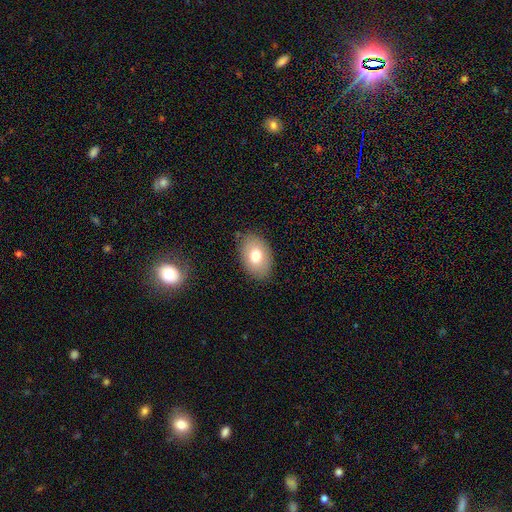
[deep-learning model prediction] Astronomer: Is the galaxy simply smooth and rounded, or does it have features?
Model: smooth — 73%.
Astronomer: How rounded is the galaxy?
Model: in between — 85%.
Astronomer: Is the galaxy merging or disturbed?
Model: none — 84%.